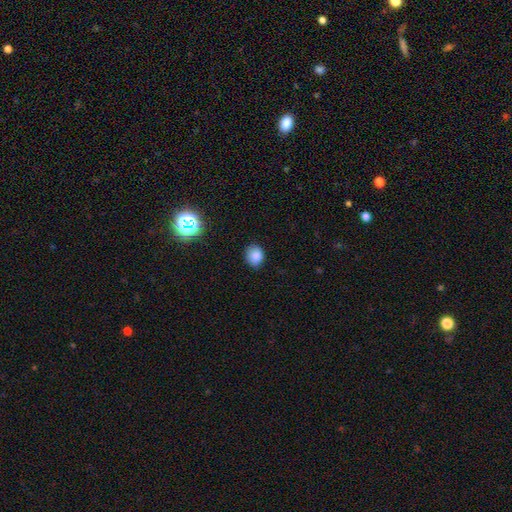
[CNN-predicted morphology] smooth_or_featured: smooth (p=0.81) [alt: star or artifact p=0.13]
how_rounded: round (p=0.55) [alt: in between p=0.44]
merging: none (p=0.81) [alt: minor disturbance p=0.15]